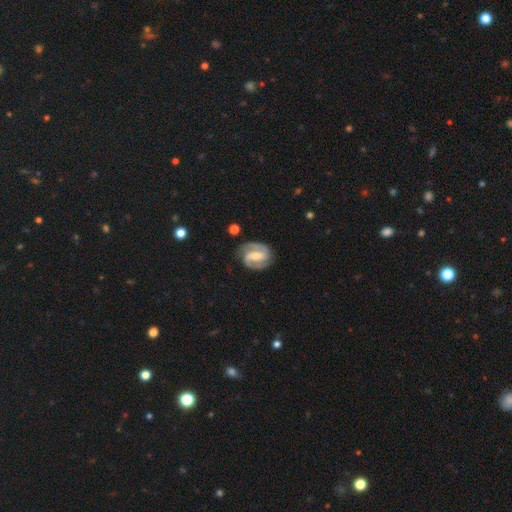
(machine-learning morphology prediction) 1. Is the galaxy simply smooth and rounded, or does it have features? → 88% featured or disk, 8% smooth, 4% star or artifact.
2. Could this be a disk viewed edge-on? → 97% no, 3% yes.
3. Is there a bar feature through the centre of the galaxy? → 52% strong, 34% weak, 13% no.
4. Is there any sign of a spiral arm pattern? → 96% yes, 4% no.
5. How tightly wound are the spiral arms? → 48% medium, 40% tight, 12% loose.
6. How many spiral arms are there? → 91% 2, 3% can't tell, 2% 3, 2% 1, 1% 4, 1% more than 4.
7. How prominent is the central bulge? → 52% moderate, 42% small, 3% large, 2% none, 1% dominant.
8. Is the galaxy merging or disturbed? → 82% none, 13% minor disturbance, 4% major disturbance, 2% merger.